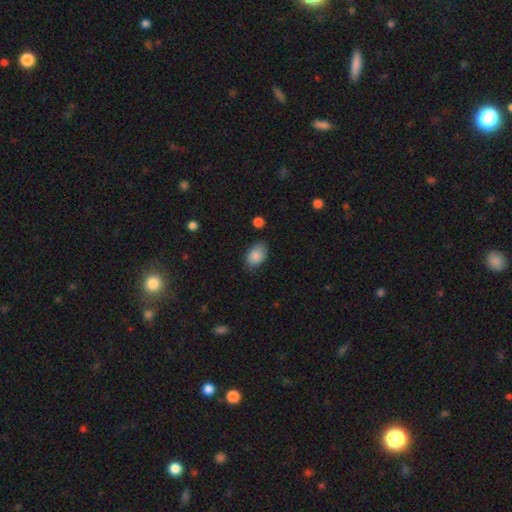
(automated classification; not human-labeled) Smooth or featured? smooth (87%)
How rounded? in between (85%)
Merging? none (72%)